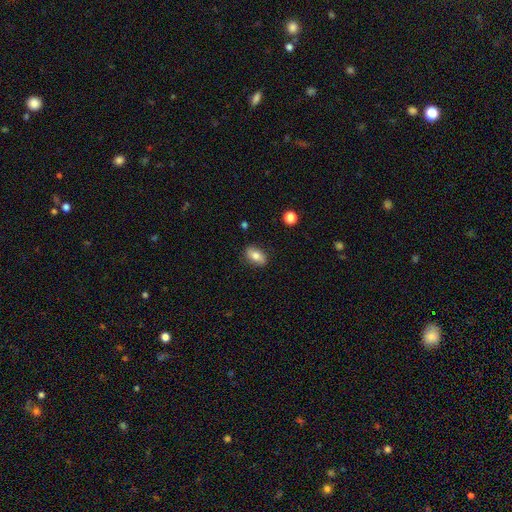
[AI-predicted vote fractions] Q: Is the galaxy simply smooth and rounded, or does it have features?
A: smooth — 76%.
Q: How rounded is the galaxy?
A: in between — 87%.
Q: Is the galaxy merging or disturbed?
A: none — 84%.